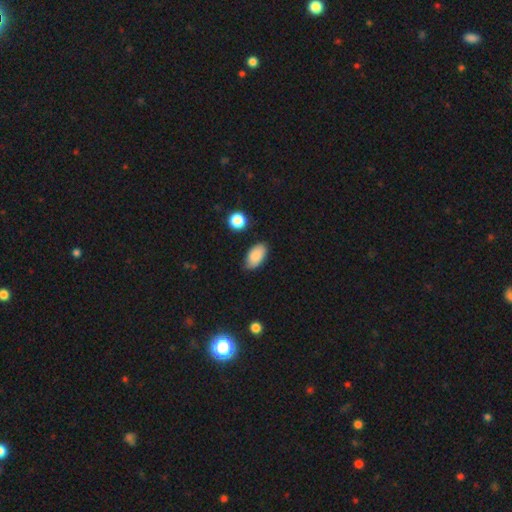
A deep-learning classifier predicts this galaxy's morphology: Q: Smooth or featured?
A: smooth (86%); runner-up: star or artifact (7%)
Q: How rounded?
A: in between (94%); runner-up: round (4%)
Q: Merging?
A: none (77%); runner-up: minor disturbance (17%)